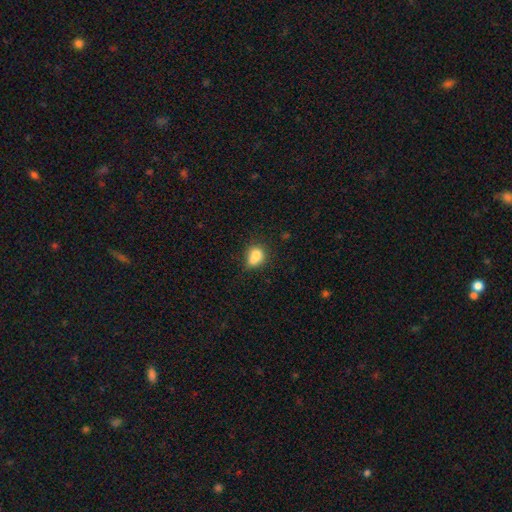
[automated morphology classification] This appears to be a smooth galaxy with no disk features (75%) that is round (62%). Merging: merger (45%).